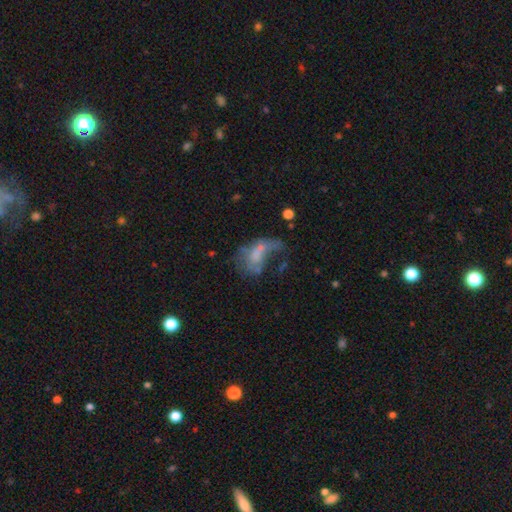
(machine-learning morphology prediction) Smooth or featured? featured or disk (47%)
Merging? major disturbance (51%)